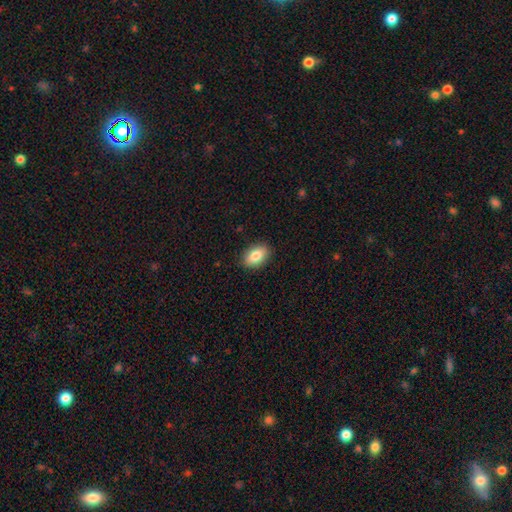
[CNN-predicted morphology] smooth_or_featured: smooth (p=0.83) [alt: featured or disk p=0.10]
how_rounded: in between (p=0.89) [alt: round p=0.09]
merging: none (p=0.89) [alt: minor disturbance p=0.08]